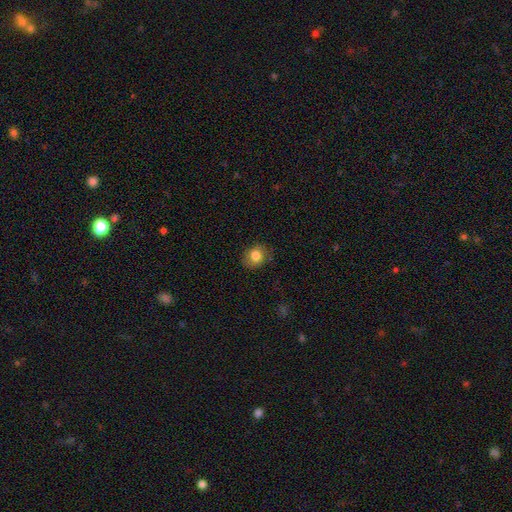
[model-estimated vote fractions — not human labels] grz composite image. It shows a smooth galaxy with no disk features (81%) that is round (68%). Merging: none (81%).